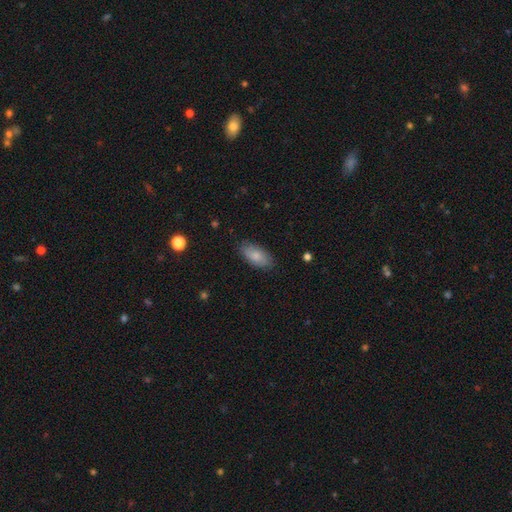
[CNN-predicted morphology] Overall: smooth (78%). How rounded: in between (92%). Merging: none (82%).